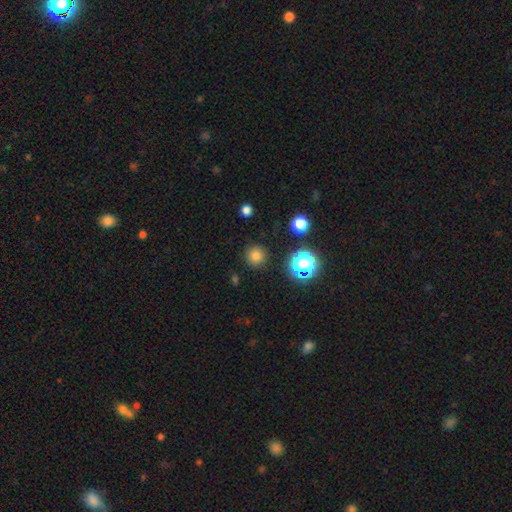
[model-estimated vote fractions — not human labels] Smooth or featured? smooth (78%)
How rounded? round (95%)
Merging? none (89%)